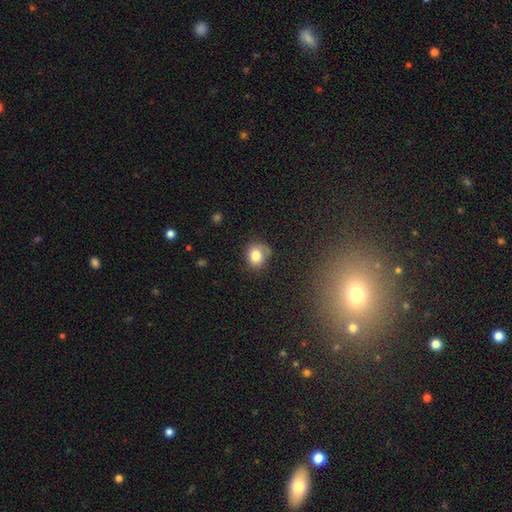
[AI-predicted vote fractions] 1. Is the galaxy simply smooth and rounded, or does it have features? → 77% smooth, 13% featured or disk, 10% star or artifact.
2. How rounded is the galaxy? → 65% round, 34% in between, 1% cigar-shaped.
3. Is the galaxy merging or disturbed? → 60% none, 26% minor disturbance, 10% major disturbance, 4% merger.